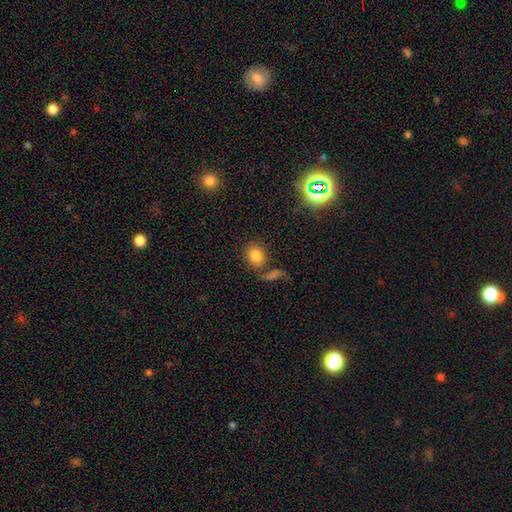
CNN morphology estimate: Smooth or featured: smooth — 81% (star or artifact — 11%)
How rounded: round — 69% (in between — 30%)
Merging: none — 64% (merger — 18%)